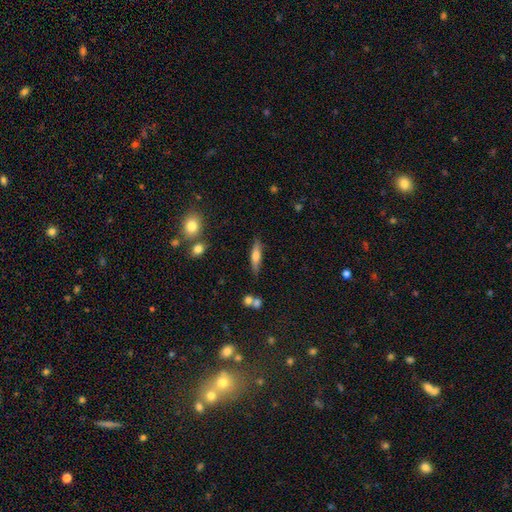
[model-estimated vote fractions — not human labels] Smooth or featured?
  - smooth: 60% *
  - featured or disk: 33%
  - star or artifact: 7%
How rounded?
  - cigar-shaped: 68% *
  - in between: 29%
  - round: 2%
Merging?
  - none: 81% *
  - minor disturbance: 12%
  - merger: 4%
  - major disturbance: 3%